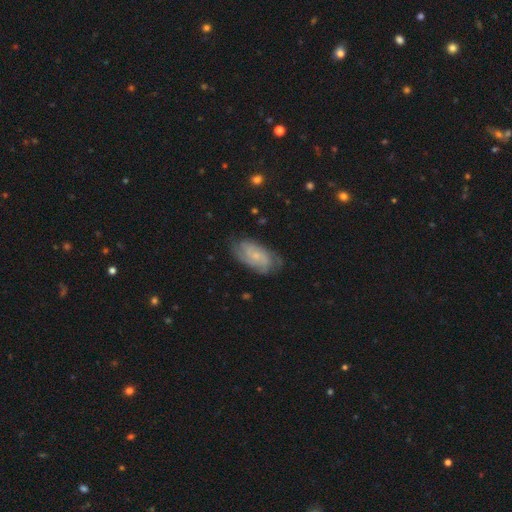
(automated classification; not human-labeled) This appears to be a featured or disk galaxy (66%) with no bar (70%), tight (52%) spiral arms (90%) and a small central bulge (69%). Merging: none (70%).